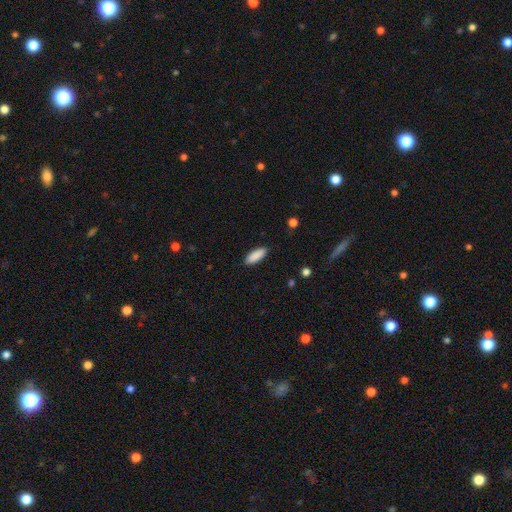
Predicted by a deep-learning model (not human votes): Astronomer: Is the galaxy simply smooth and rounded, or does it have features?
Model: smooth — 90%.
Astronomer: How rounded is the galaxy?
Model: in between — 65%.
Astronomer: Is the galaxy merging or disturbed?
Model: none — 89%.